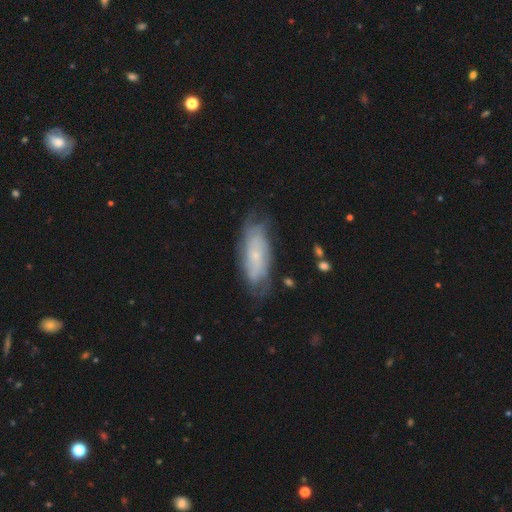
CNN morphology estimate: Smooth or featured? featured or disk (63%)
Edge-on disk? no (86%)
Bar? no (74%)
Spiral arms? yes (82%)
Bulge size? small (77%)
Merging? none (69%)